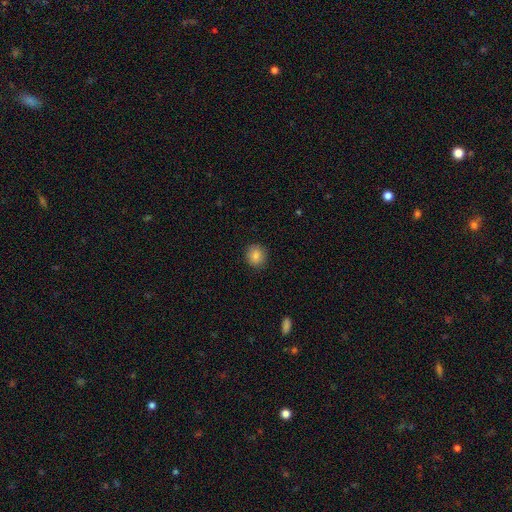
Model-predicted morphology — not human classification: A smooth galaxy with no disk features (85%) that is round (86%).

Vote fractions:
- Smooth or featured? smooth: 85% / star or artifact: 10% / featured or disk: 5%
- How rounded? round: 86% / in between: 13% / cigar-shaped: 1%
- Merging? none: 90% / minor disturbance: 7% / major disturbance: 2% / merger: 1%